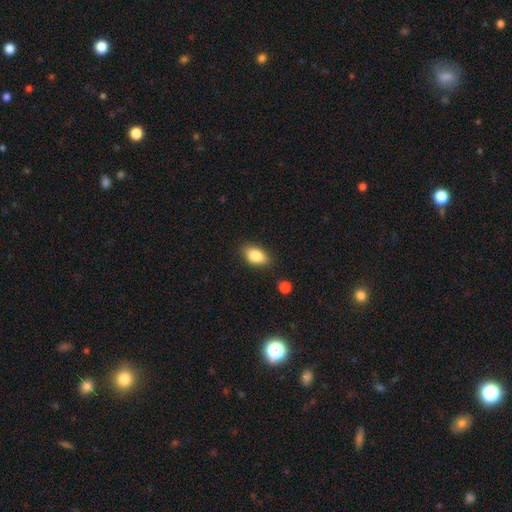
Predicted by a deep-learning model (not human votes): A smooth galaxy with no disk features (85%) that is in between round and cigar-shaped (88%). Merging: none (80%).